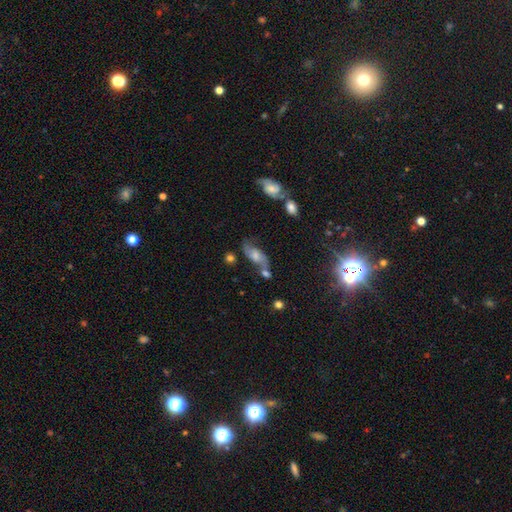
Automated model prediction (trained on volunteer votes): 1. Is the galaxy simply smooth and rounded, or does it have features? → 63% featured or disk, 28% smooth, 9% star or artifact.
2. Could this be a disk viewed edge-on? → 92% no, 8% yes.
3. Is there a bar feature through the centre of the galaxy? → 57% no, 35% weak, 8% strong.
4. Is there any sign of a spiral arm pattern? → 88% yes, 12% no.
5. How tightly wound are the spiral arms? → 59% loose, 31% medium, 10% tight.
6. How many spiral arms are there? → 88% 2, 6% can't tell, 3% 1, 1% 3, 1% 4, 1% more than 4.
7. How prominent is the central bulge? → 43% moderate, 34% small, 11% none, 10% large, 2% dominant.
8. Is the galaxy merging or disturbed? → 48% none, 21% merger, 20% minor disturbance, 11% major disturbance.